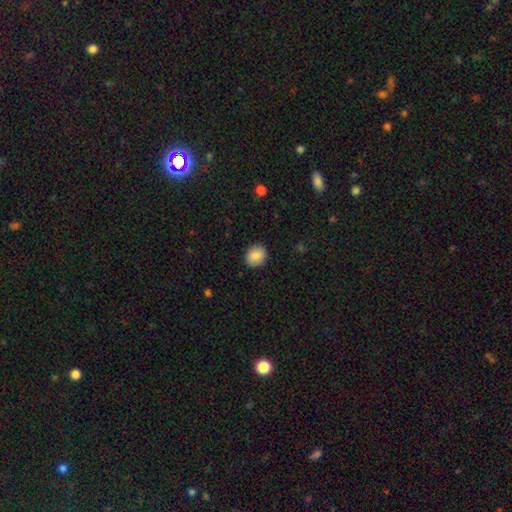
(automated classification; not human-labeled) Overall: smooth (85%). How rounded: round (73%). Merging: none (89%).